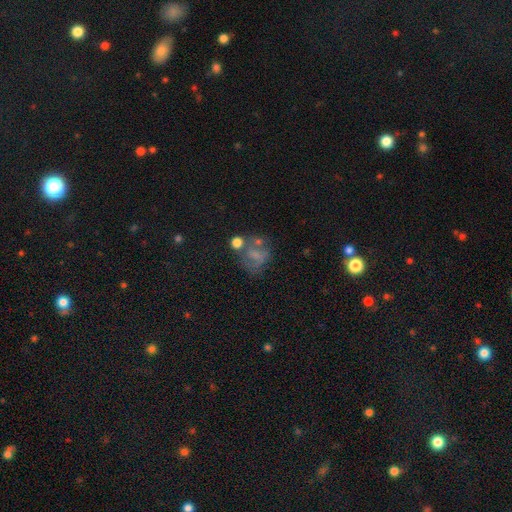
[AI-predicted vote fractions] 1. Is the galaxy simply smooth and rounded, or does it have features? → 50% smooth, 34% featured or disk, 16% star or artifact.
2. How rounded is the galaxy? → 62% round, 37% in between, 1% cigar-shaped.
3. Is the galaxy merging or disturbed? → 37% none, 23% major disturbance, 21% merger, 19% minor disturbance.